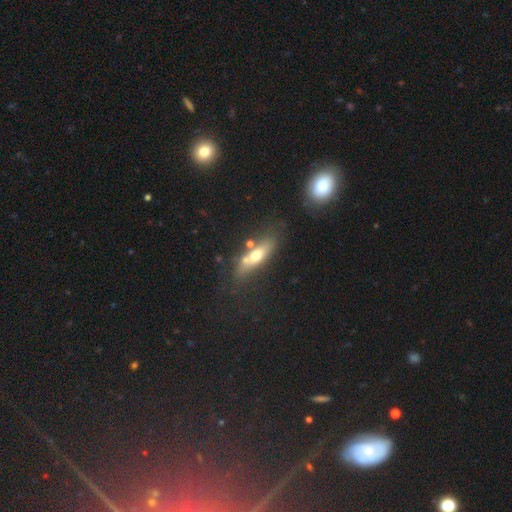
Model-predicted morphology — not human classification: The model was most divided on "how rounded": in between: 51%, cigar-shaped: 44%, round: 5%. More confident: merging — none (61%); smooth or featured — smooth (55%).